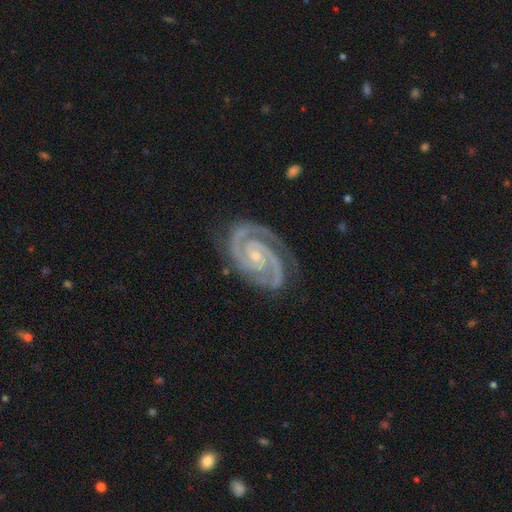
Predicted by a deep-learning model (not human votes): smooth_or_featured: featured or disk (p=0.94) [alt: star or artifact p=0.04]
disk_edge_on: no (p=0.98) [alt: yes p=0.02]
bar: no (p=0.58) [alt: weak p=0.29]
has_spiral_arms: yes (p=0.99) [alt: no p=0.01]
spiral_winding: tight (p=0.71) [alt: medium p=0.27]
spiral_arm_count: 2 (p=0.90) [alt: 3 p=0.05]
bulge_size: small (p=0.72) [alt: moderate p=0.23]
merging: none (p=0.80) [alt: minor disturbance p=0.15]